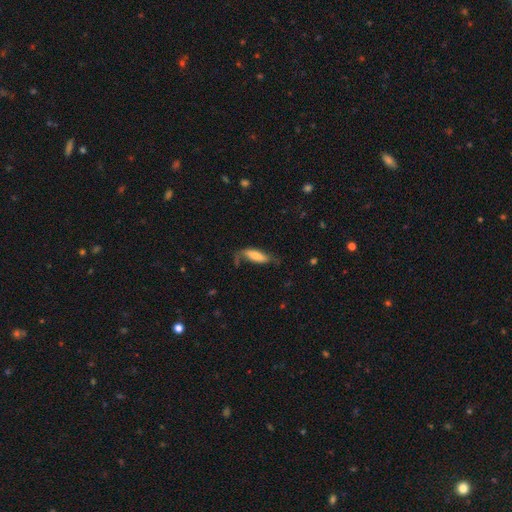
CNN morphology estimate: Smooth or featured: smooth — 66% (featured or disk — 27%)
How rounded: in between — 54% (cigar-shaped — 44%)
Merging: none — 47% (minor disturbance — 29%)